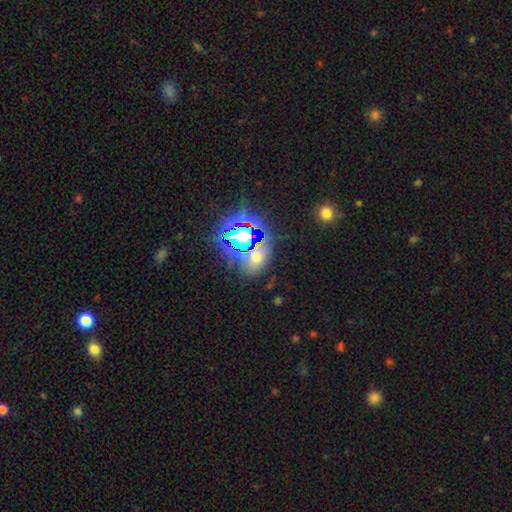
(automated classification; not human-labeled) This is possibly a star or artifact rather than a galaxy (59%).